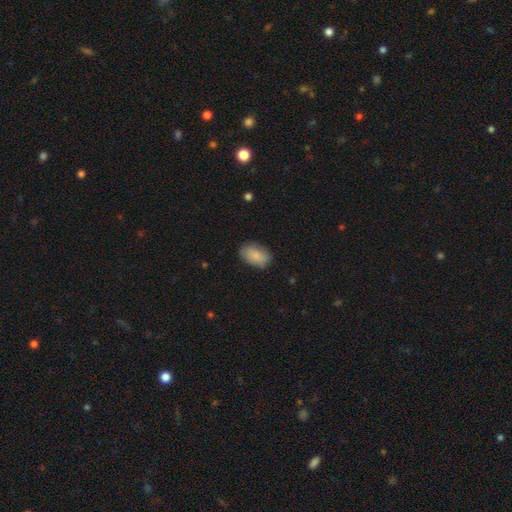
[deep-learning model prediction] Smooth or featured? Predicted: smooth (p=0.84). How rounded? Predicted: in between (p=0.90). Merging? Predicted: none (p=0.80).